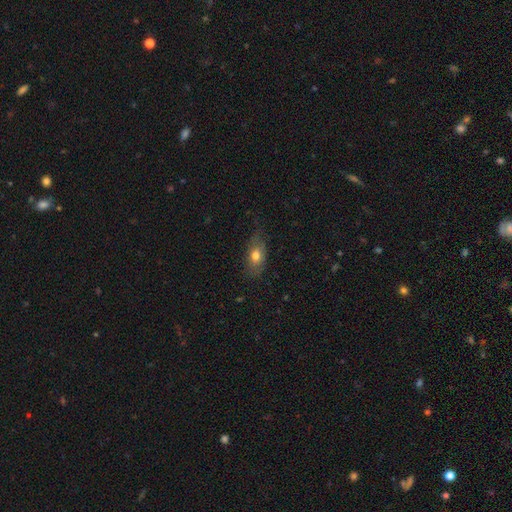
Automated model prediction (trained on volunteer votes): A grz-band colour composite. It shows a smooth galaxy with no disk features (70%) that is in between round and cigar-shaped (85%). Merging: none (66%).